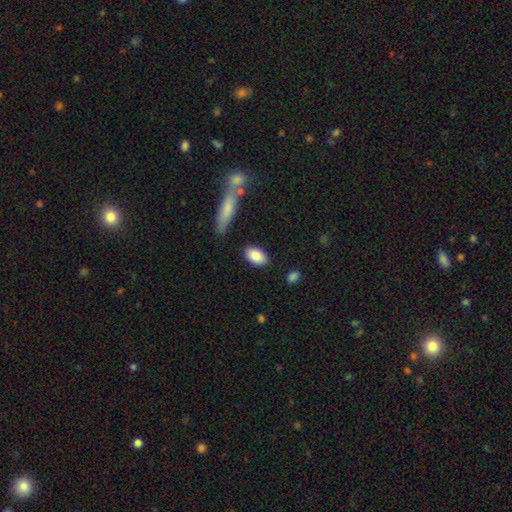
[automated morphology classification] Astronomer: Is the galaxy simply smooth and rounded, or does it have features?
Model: smooth — 87%.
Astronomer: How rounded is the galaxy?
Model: in between — 92%.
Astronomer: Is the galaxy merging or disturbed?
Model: none — 85%.